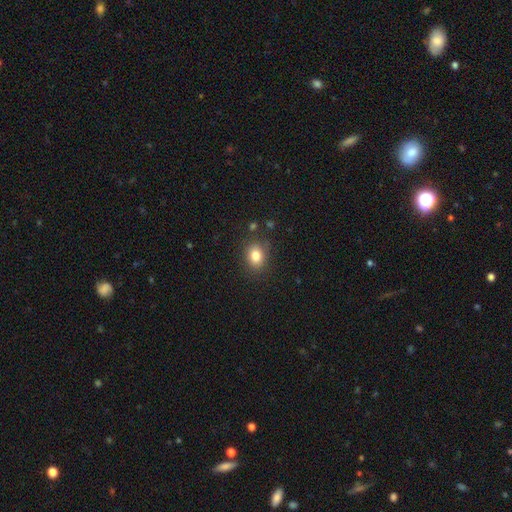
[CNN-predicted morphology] Smooth or featured? Predicted: smooth (p=0.82). How rounded? Predicted: in between (p=0.57). Merging? Predicted: none (p=0.83).